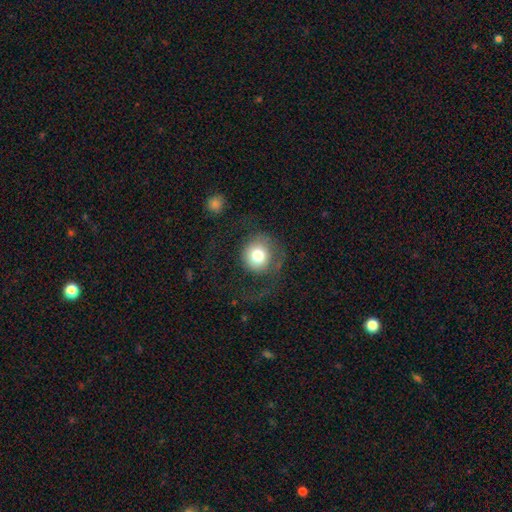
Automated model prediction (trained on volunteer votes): A smooth galaxy with no disk features (68%) that is round (89%). Merging: none (50%).